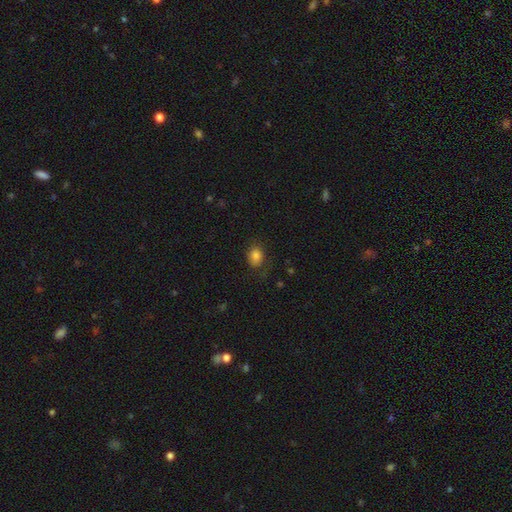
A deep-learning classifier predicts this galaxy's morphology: Smooth or featured? Predicted: smooth (p=0.83). How rounded? Predicted: in between (p=0.58). Merging? Predicted: none (p=0.71).